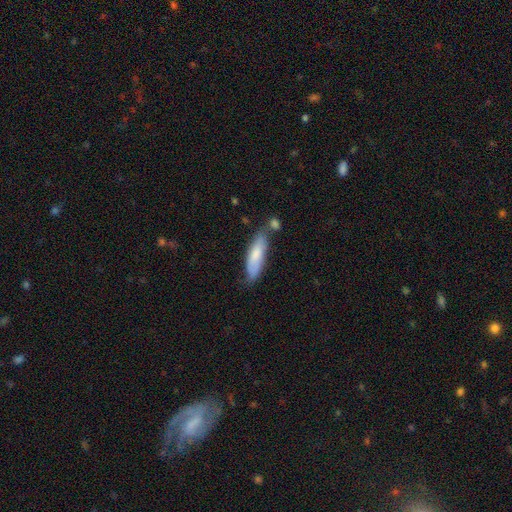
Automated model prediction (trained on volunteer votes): smooth_or_featured: smooth (p=0.75) [alt: featured or disk p=0.20]
how_rounded: cigar-shaped (p=0.61) [alt: in between p=0.37]
merging: none (p=0.57) [alt: minor disturbance p=0.24]